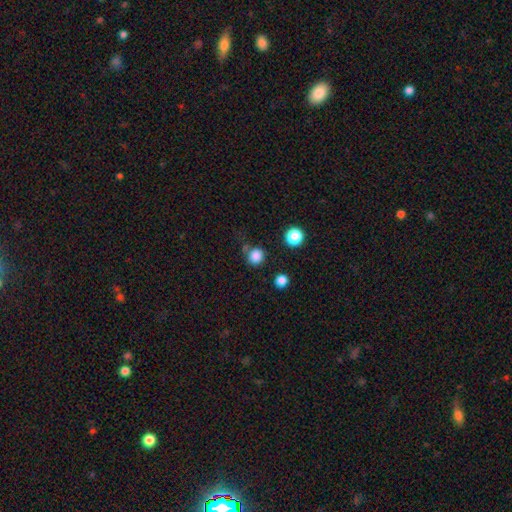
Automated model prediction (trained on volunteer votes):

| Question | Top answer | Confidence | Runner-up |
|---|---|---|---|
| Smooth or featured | smooth | 83% | star or artifact (13%) |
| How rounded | round | 89% | in between (10%) |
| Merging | none | 75% | minor disturbance (12%) |